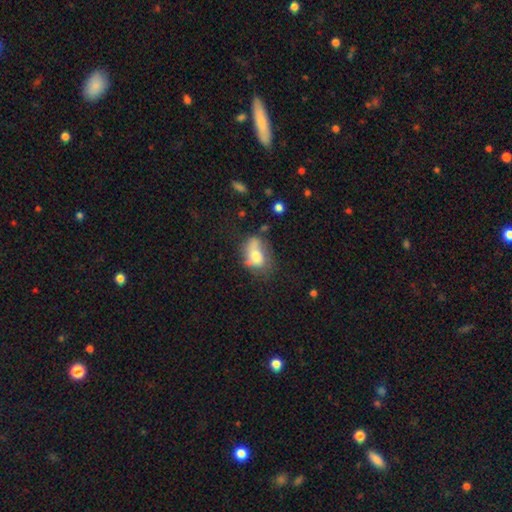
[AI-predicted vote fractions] This appears to be a smooth galaxy with no disk features (61%) that is in between round and cigar-shaped (79%). Merging: none (39%).